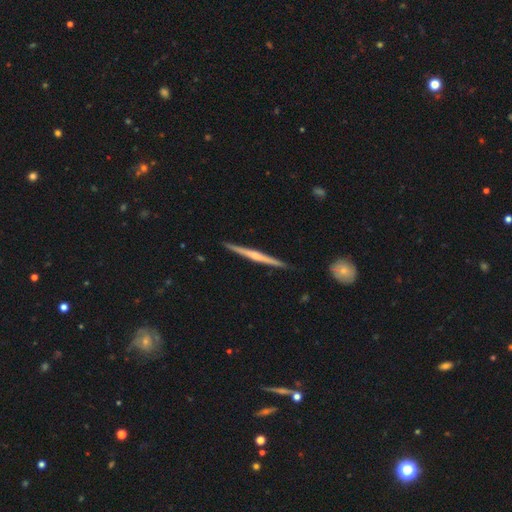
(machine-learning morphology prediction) Smooth or featured? Predicted: featured or disk (p=0.73). Edge-on disk? Predicted: yes (p=0.98). Edge-on bulge? Predicted: rounded (p=0.60). Merging? Predicted: none (p=0.91).